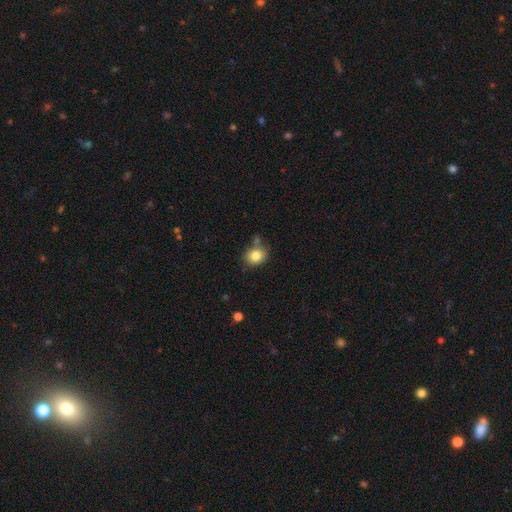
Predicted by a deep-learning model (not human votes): Smooth or featured?
  - smooth: 82% *
  - star or artifact: 10%
  - featured or disk: 8%
How rounded?
  - round: 68% *
  - in between: 31%
  - cigar-shaped: 1%
Merging?
  - none: 71% *
  - minor disturbance: 16%
  - merger: 9%
  - major disturbance: 4%